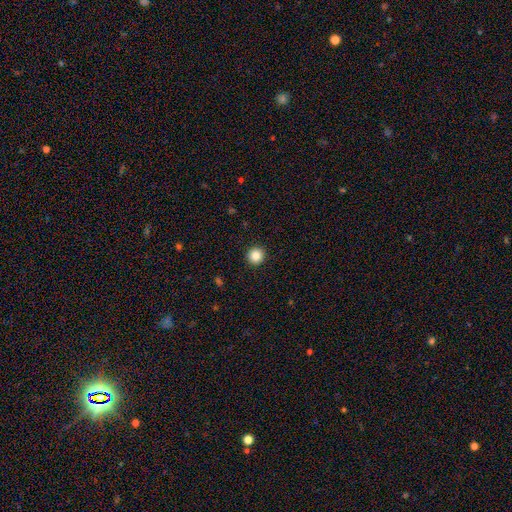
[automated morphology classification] Smooth or featured: smooth — 86% (star or artifact — 10%)
How rounded: round — 95% (in between — 4%)
Merging: none — 93% (minor disturbance — 4%)